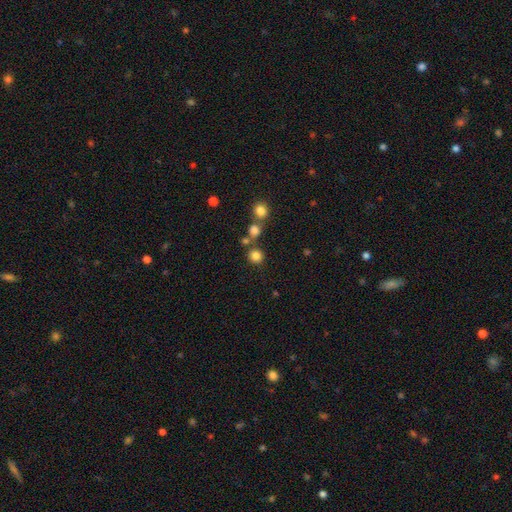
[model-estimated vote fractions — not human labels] Smooth or featured? Predicted: smooth (p=0.80). How rounded? Predicted: round (p=0.89). Merging? Predicted: none (p=0.74).